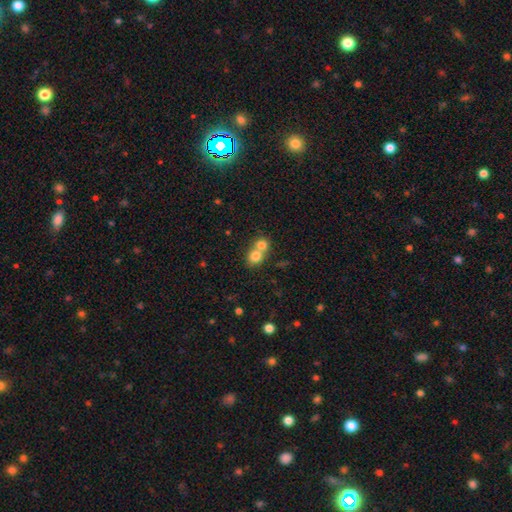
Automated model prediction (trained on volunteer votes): Smooth or featured?
  - smooth: 77% *
  - featured or disk: 12%
  - star or artifact: 10%
How rounded?
  - round: 77% *
  - in between: 22%
  - cigar-shaped: 1%
Merging?
  - merger: 64% *
  - none: 30%
  - minor disturbance: 4%
  - major disturbance: 2%